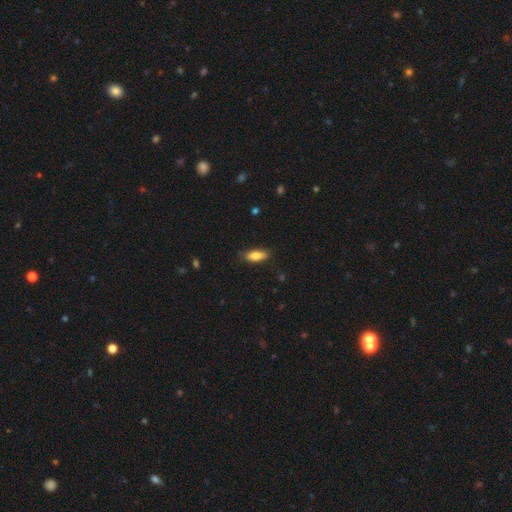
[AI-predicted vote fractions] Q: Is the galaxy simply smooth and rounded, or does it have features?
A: smooth — 81%.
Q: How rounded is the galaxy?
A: in between — 78%.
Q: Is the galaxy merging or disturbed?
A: none — 80%.